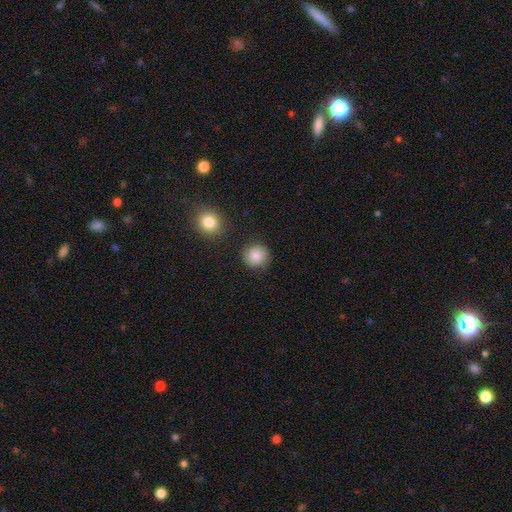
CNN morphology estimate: type=smooth (84%); roundness=round (91%); merging=none (85%).